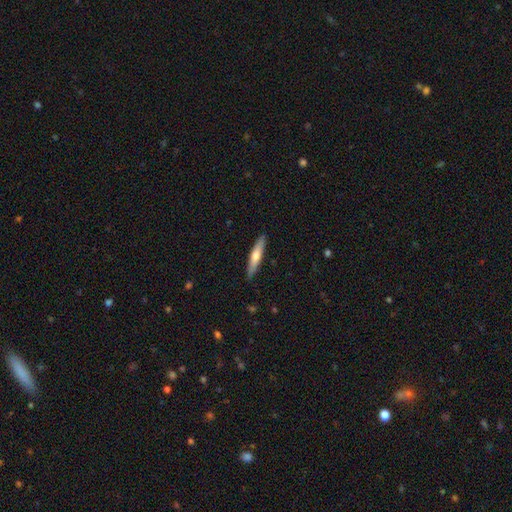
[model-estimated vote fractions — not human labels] Smooth or featured: smooth — 54% (featured or disk — 41%)
How rounded: cigar-shaped — 88% (in between — 11%)
Merging: none — 89% (minor disturbance — 8%)